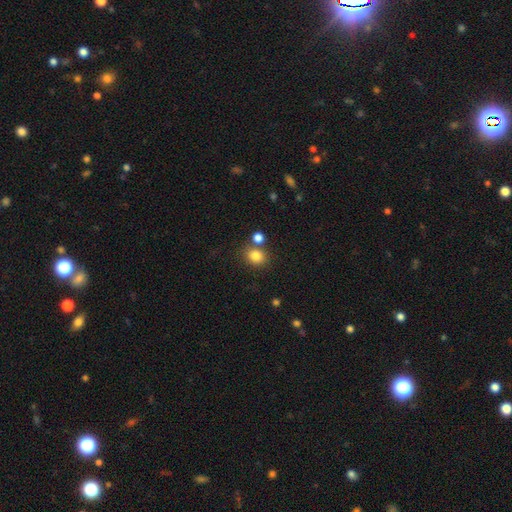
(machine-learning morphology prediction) smooth_or_featured: smooth (p=0.82) [alt: star or artifact p=0.12]
how_rounded: round (p=0.66) [alt: in between p=0.33]
merging: none (p=0.70) [alt: merger p=0.17]